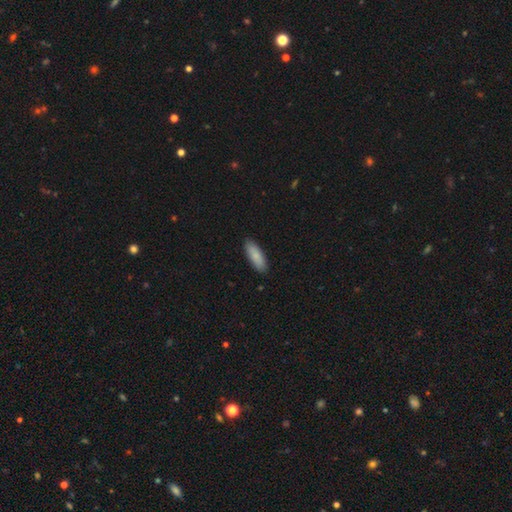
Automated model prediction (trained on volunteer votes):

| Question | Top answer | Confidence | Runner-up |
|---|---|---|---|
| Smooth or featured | smooth | 85% | featured or disk (9%) |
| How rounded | in between | 62% | cigar-shaped (36%) |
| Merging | none | 89% | minor disturbance (8%) |